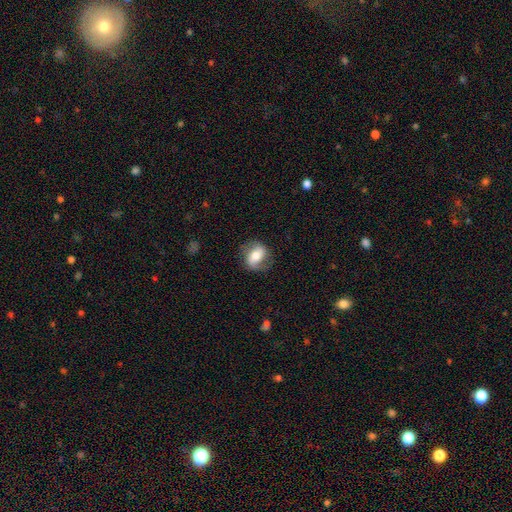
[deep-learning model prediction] Smooth or featured? featured or disk (47%)
Merging? none (75%)